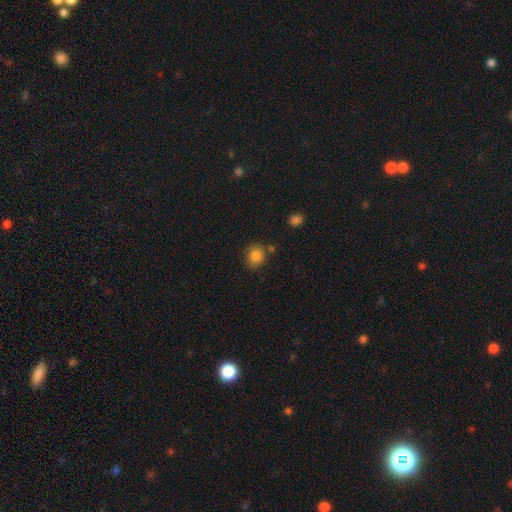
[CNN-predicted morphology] Overall: smooth (85%). How rounded: round (76%). Merging: none (76%).